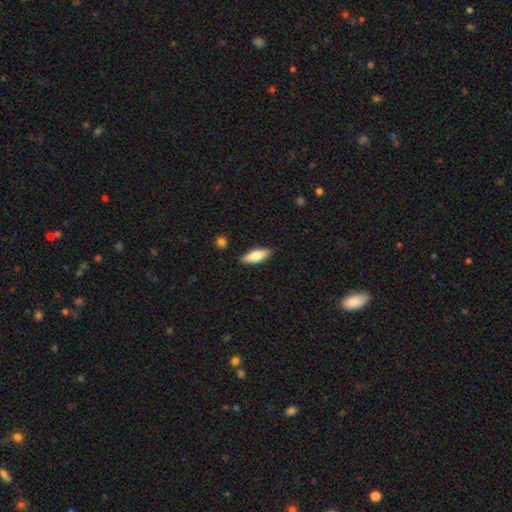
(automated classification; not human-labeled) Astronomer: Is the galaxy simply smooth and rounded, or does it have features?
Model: smooth — 72%.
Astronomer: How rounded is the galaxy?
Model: in between — 64%.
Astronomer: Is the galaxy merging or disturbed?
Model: none — 87%.